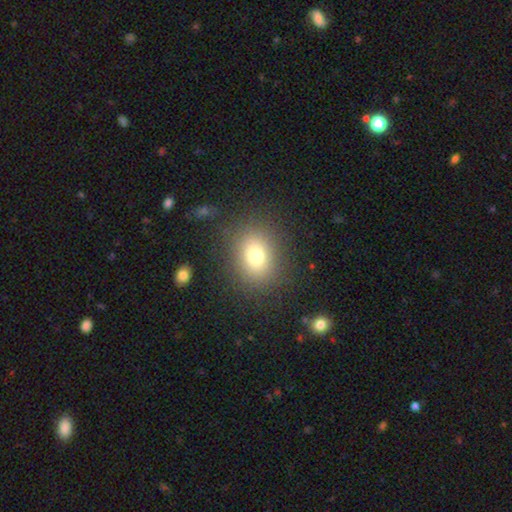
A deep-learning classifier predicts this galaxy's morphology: Smooth or featured? Predicted: smooth (p=0.75). How rounded? Predicted: round (p=0.53). Merging? Predicted: none (p=0.84).